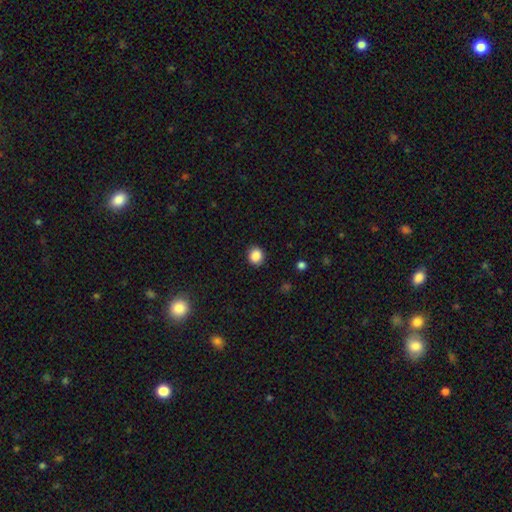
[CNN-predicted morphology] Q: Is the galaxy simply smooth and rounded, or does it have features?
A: smooth — 87%.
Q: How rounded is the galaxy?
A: round — 83%.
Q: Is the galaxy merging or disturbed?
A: none — 90%.